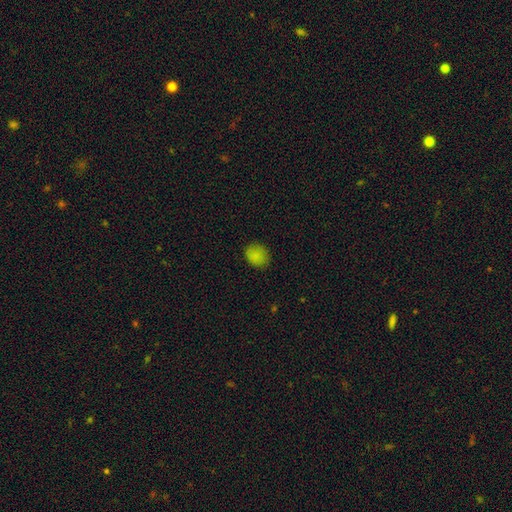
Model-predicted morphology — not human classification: smooth_or_featured: smooth (p=0.83) [alt: star or artifact p=0.13]
how_rounded: round (p=0.64) [alt: in between p=0.35]
merging: none (p=0.83) [alt: minor disturbance p=0.13]